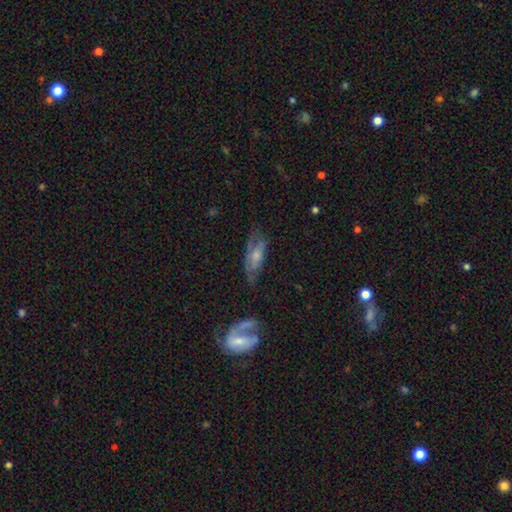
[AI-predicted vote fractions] A featured or disk galaxy (51%). Merging: none (48%).